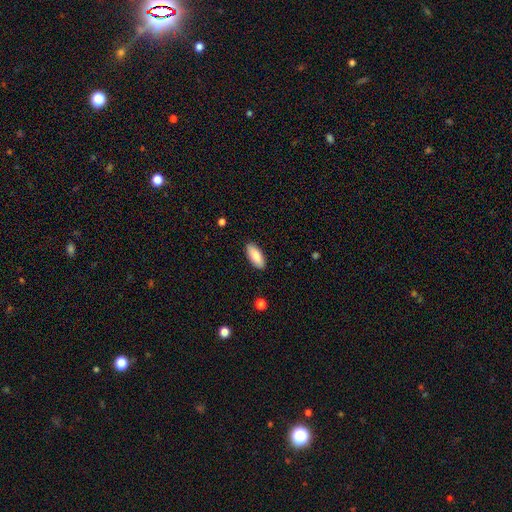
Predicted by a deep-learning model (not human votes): The model was most divided on "how rounded": in between: 83%, cigar-shaped: 15%, round: 2%. More confident: merging — none (89%); smooth or featured — smooth (86%).